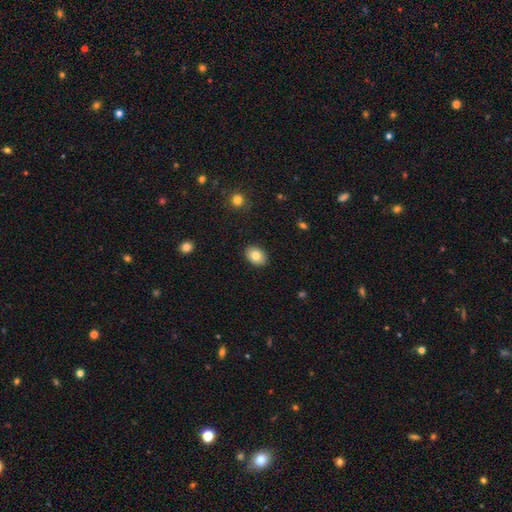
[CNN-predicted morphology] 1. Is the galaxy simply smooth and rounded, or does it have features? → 81% smooth, 11% featured or disk, 8% star or artifact.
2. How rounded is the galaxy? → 72% in between, 27% round, 1% cigar-shaped.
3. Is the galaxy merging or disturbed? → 90% none, 7% minor disturbance, 2% major disturbance, 1% merger.